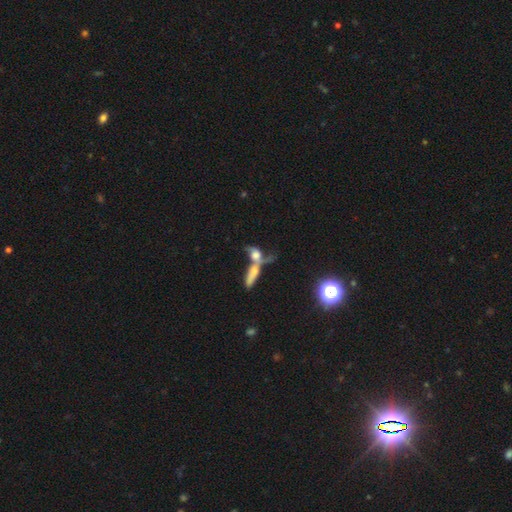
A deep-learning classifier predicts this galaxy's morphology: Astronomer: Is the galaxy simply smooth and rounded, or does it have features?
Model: smooth — 46% (runner-up: featured or disk, 41%).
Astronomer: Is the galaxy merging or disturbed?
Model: merger — 69%.